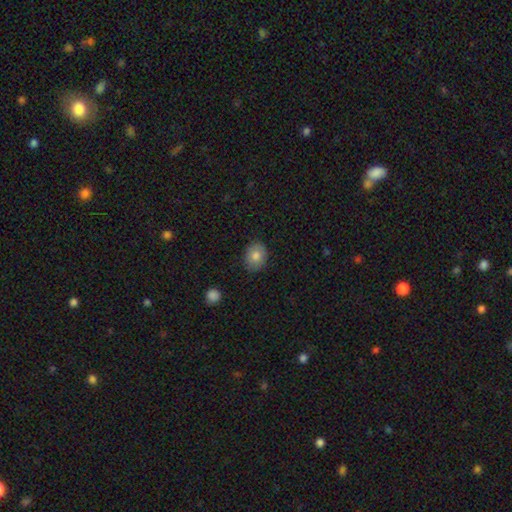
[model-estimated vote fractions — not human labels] Morphology: type=smooth (80%); roundness=in between (52%); merging=none (84%).